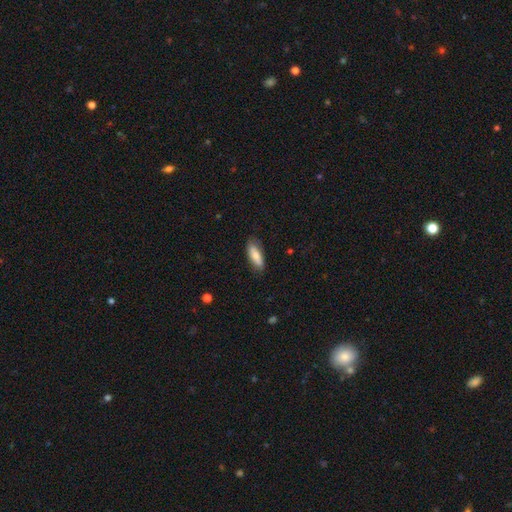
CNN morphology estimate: Smooth or featured: smooth — 77% (featured or disk — 17%)
How rounded: in between — 66% (cigar-shaped — 32%)
Merging: none — 79% (minor disturbance — 16%)